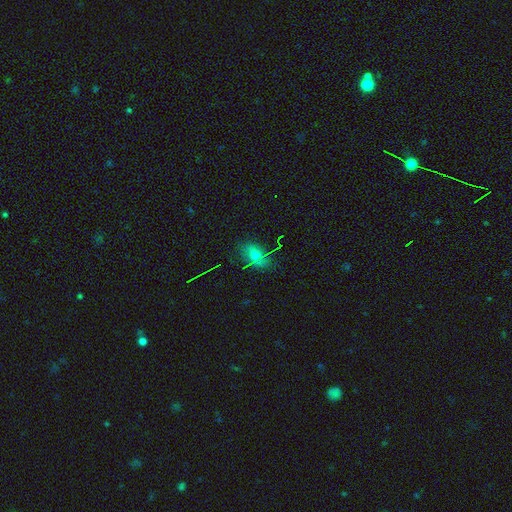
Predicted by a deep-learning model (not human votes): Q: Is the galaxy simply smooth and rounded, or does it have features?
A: smooth — 60%.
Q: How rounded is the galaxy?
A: in between — 84%.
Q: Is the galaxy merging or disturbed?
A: none — 72%.